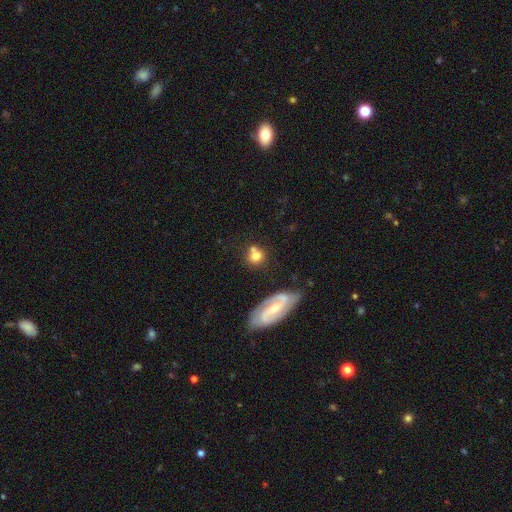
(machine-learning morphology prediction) A smooth galaxy with no disk features (64%) that is round (84%).

Vote fractions:
- Smooth or featured? smooth: 64% / featured or disk: 25% / star or artifact: 11%
- How rounded? round: 84% / in between: 14% / cigar-shaped: 2%
- Merging? none: 57% / merger: 24% / minor disturbance: 14% / major disturbance: 6%